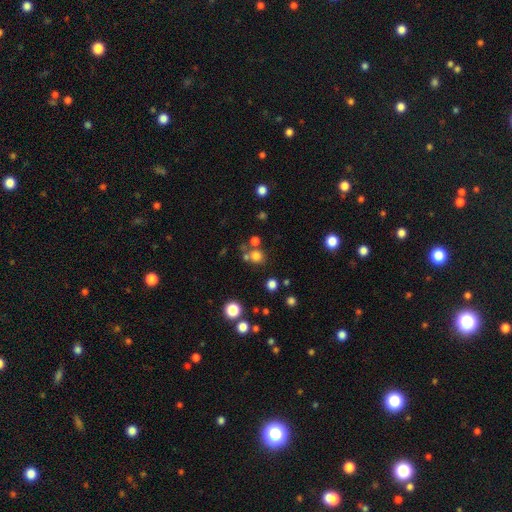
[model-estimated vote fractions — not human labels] Smooth or featured? Predicted: smooth (p=0.73). How rounded? Predicted: round (p=0.84). Merging? Predicted: none (p=0.64).